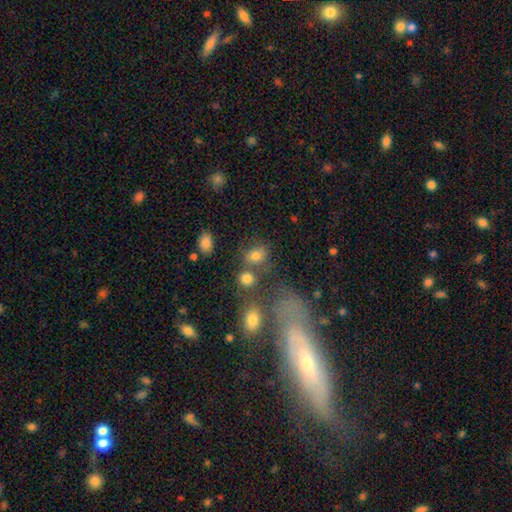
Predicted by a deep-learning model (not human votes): A smooth galaxy with no disk features (73%) that is round (54%).

Vote fractions:
- Smooth or featured? smooth: 73% / star or artifact: 14% / featured or disk: 13%
- How rounded? round: 54% / in between: 44% / cigar-shaped: 2%
- Merging? none: 52% / merger: 22% / minor disturbance: 16% / major disturbance: 10%